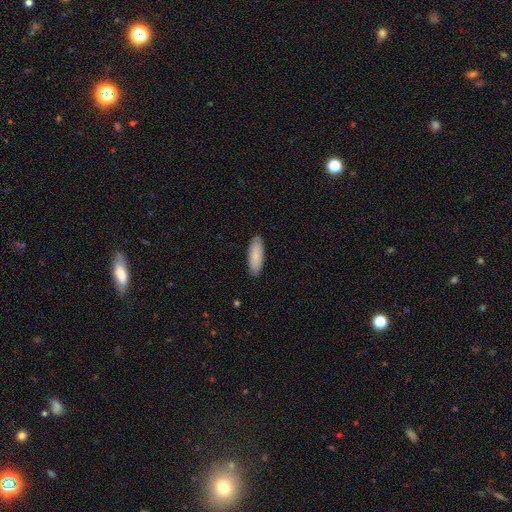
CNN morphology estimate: type=smooth (87%); roundness=in between (66%); merging=none (88%).